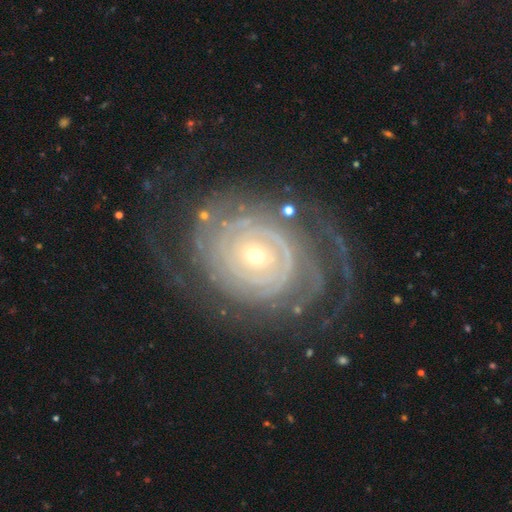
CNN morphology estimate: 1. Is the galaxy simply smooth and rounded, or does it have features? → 87% featured or disk, 7% smooth, 6% star or artifact.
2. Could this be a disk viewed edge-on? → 96% no, 4% yes.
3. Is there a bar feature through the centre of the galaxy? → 78% no, 14% weak, 7% strong.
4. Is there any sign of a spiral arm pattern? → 92% yes, 8% no.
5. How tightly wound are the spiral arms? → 82% tight, 13% medium, 5% loose.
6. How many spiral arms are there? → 36% can't tell, 18% 2, 15% more than 4, 12% 4, 11% 3, 7% 1.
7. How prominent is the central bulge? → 72% small, 23% moderate, 2% large, 1% dominant, 1% none.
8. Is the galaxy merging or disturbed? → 70% none, 14% minor disturbance, 14% major disturbance, 2% merger.